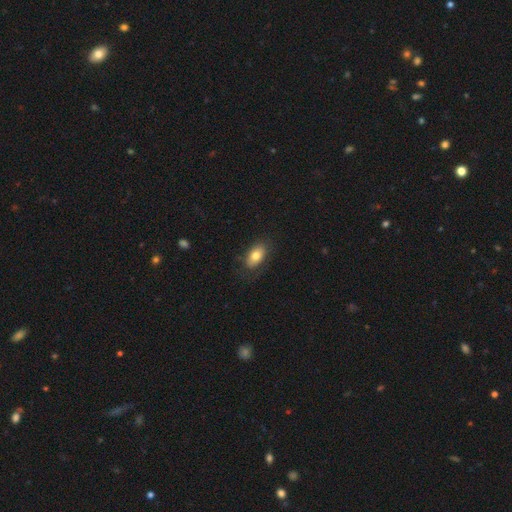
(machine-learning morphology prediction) smooth-or-featured: smooth: 78% | featured or disk: 15% | star or artifact: 7%
  how-rounded: in between: 90% | round: 7% | cigar-shaped: 3%
  merging: none: 79% | minor disturbance: 15% | major disturbance: 5% | merger: 1%